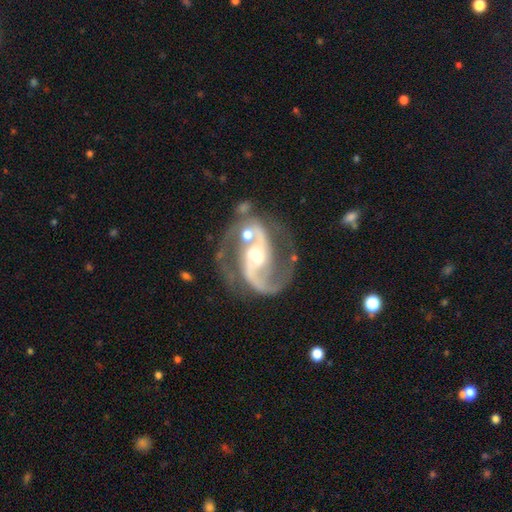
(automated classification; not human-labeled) smooth-or-featured: featured or disk: 93% | star or artifact: 5% | smooth: 3%
  disk-edge-on: no: 98% | yes: 2%
    bar: weak: 41% | strong: 33% | no: 26%
    has-spiral-arms: yes: 98% | no: 2%
      spiral-winding: medium: 64% | loose: 23% | tight: 13%
      spiral-arm-count: 2: 93% | 3: 2% | can't tell: 2% | 1: 1% | 4: 1% | more than 4: 1%
    bulge-size: moderate: 62% | small: 30% | large: 5% | none: 2% | dominant: 1%
  merging: none: 63% | minor disturbance: 17% | merger: 10% | major disturbance: 10%